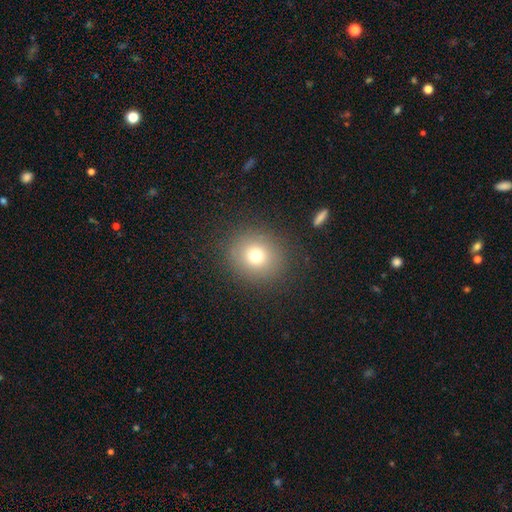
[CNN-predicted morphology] Smooth or featured? smooth (72%)
How rounded? round (87%)
Merging? none (87%)